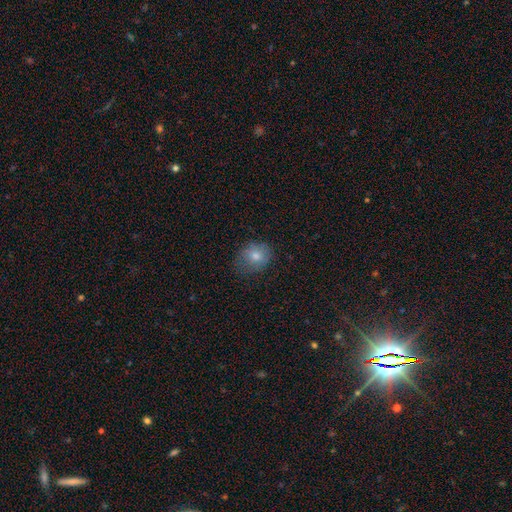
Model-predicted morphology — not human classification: Q: Smooth or featured?
A: smooth (78%); runner-up: featured or disk (12%)
Q: How rounded?
A: round (56%); runner-up: in between (43%)
Q: Merging?
A: none (65%); runner-up: minor disturbance (25%)